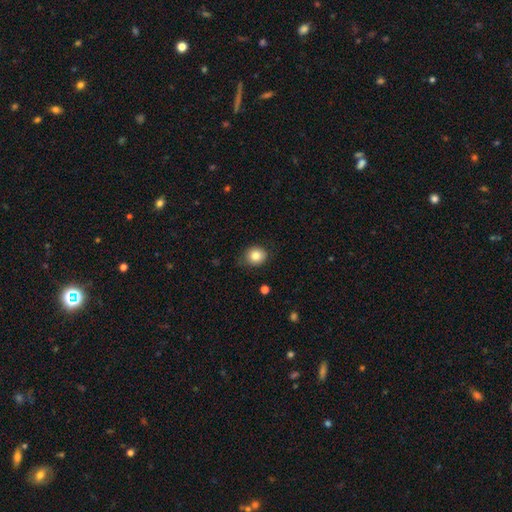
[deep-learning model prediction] smooth-or-featured: smooth: 83% | star or artifact: 10% | featured or disk: 7%
  how-rounded: round: 77% | in between: 22% | cigar-shaped: 1%
  merging: none: 80% | minor disturbance: 16% | major disturbance: 3% | merger: 1%